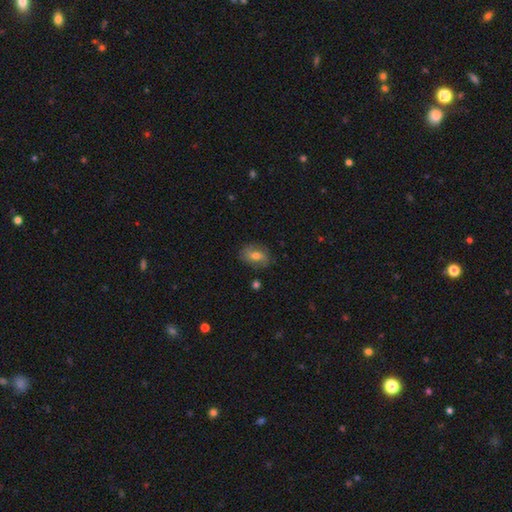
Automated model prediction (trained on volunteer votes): This appears to be a smooth galaxy with no disk features (58%) that is in between round and cigar-shaped (73%). Merging: none (75%).